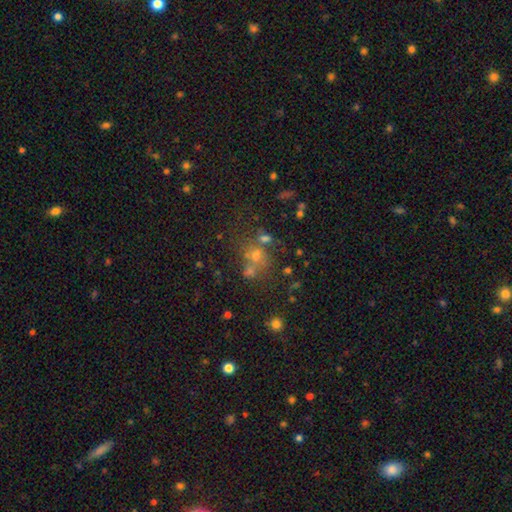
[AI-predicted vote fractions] smooth 48%, star or artifact 36%, featured or disk 16%. Down the decision tree: merging — none (51%).